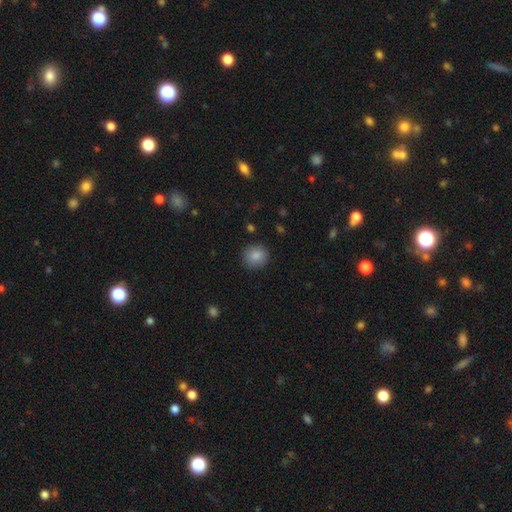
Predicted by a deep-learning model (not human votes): The model was most divided on "how rounded": round: 87%, in between: 12%, cigar-shaped: 1%. More confident: merging — none (88%); smooth or featured — smooth (87%).